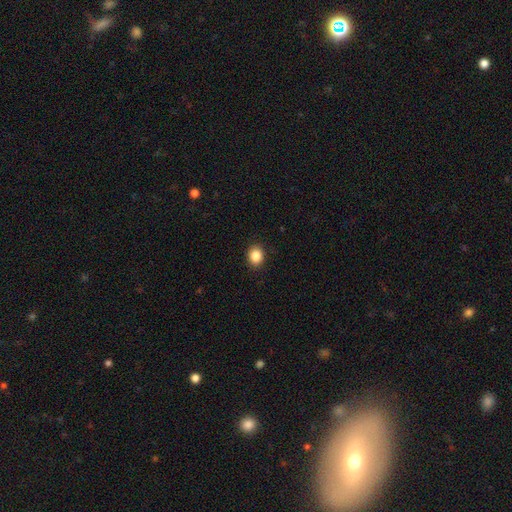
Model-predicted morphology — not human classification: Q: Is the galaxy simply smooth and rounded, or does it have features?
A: smooth — 86%.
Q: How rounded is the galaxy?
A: round — 63%.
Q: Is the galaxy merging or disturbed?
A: none — 91%.